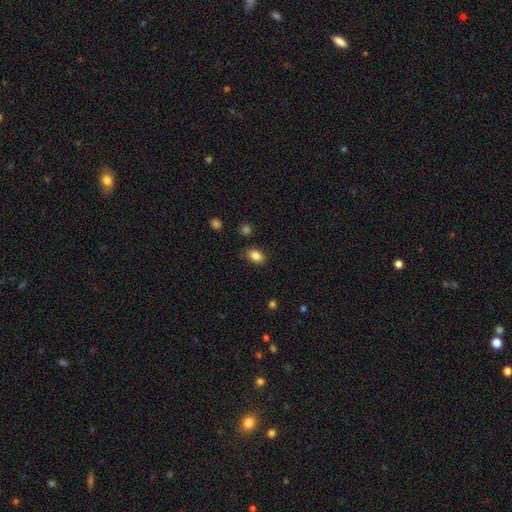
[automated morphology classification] This appears to be a smooth galaxy with no disk features (85%) that is in between round and cigar-shaped (81%). Merging: none (82%).